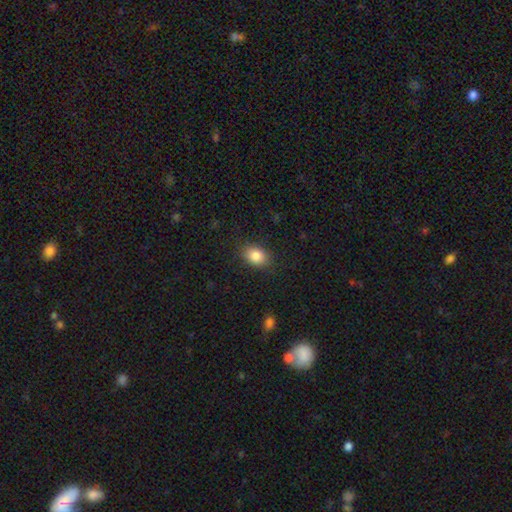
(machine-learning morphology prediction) Overall: smooth (85%). How rounded: in between (73%). Merging: none (85%).